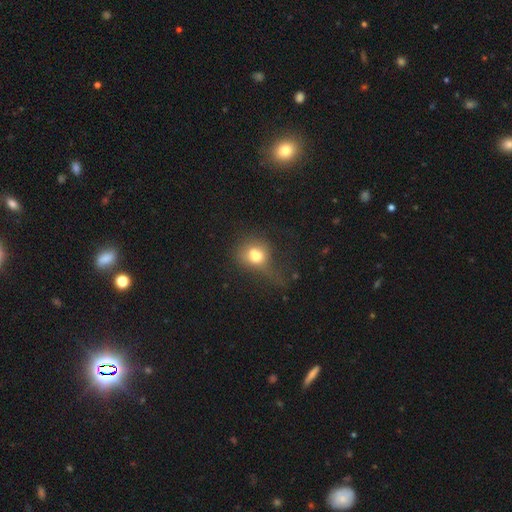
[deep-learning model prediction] This is likely a smooth galaxy (71%). How rounded: likely round (60%). Merging: marginally major disturbance (33%).